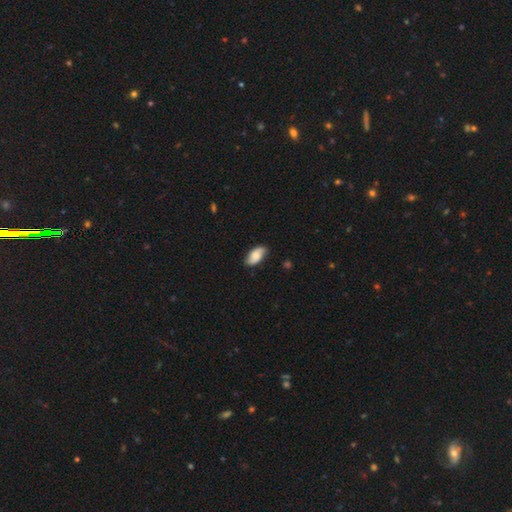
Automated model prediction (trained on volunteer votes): This appears to be a smooth galaxy with no disk features (69%) that is in between round and cigar-shaped (93%). Merging: none (80%).